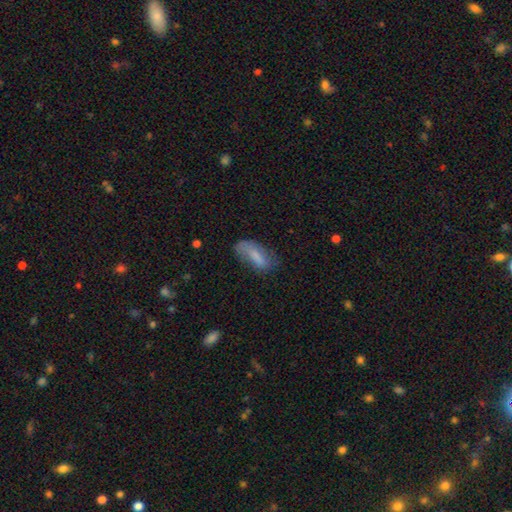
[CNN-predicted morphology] smooth 67%, featured or disk 26%, star or artifact 7%. Down the decision tree: how rounded — in between (79%); merging — none (58%).